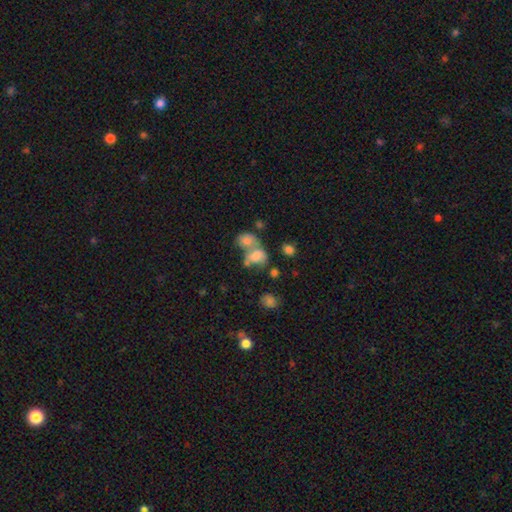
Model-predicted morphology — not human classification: Smooth or featured? smooth (71%)
How rounded? in between (66%)
Merging? merger (60%)